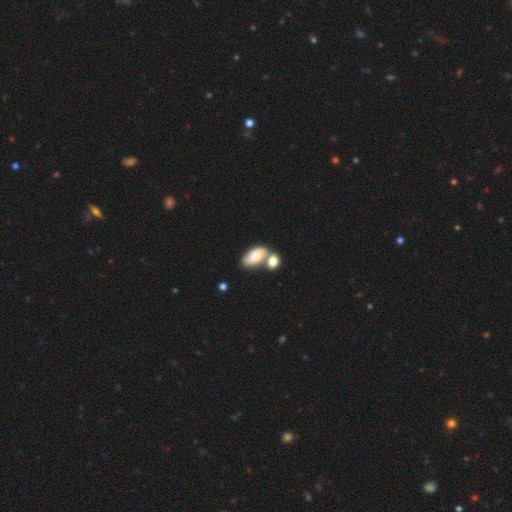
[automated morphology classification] This is likely a smooth galaxy (75%). How rounded: clearly in between (91%). Merging: possibly merger (56%).